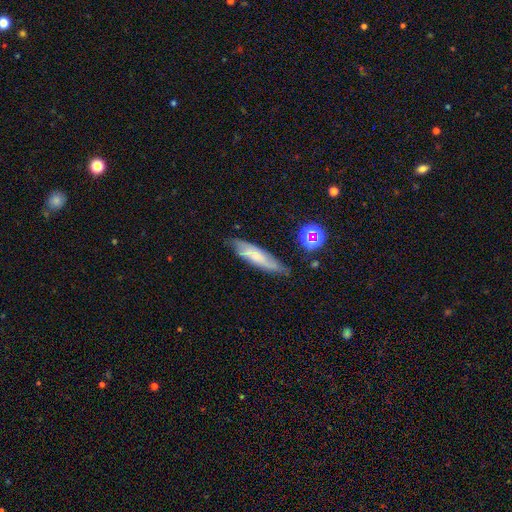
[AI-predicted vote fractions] smooth_or_featured: smooth (p=0.47) [alt: featured or disk p=0.44]
merging: none (p=0.70) [alt: minor disturbance p=0.23]